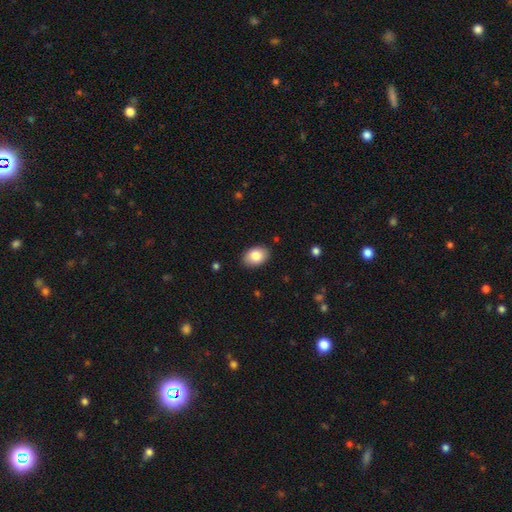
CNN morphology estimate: smooth_or_featured: smooth (p=0.84) [alt: featured or disk p=0.09]
how_rounded: in between (p=0.85) [alt: round p=0.14]
merging: none (p=0.87) [alt: minor disturbance p=0.10]